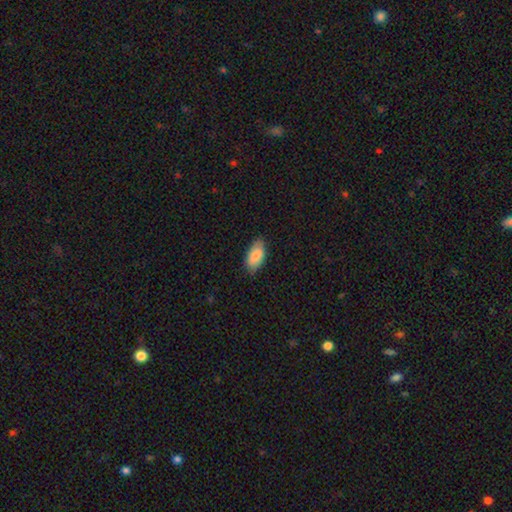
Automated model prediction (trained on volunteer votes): Smooth or featured? Predicted: smooth (p=0.83). How rounded? Predicted: in between (p=0.94). Merging? Predicted: none (p=0.80).